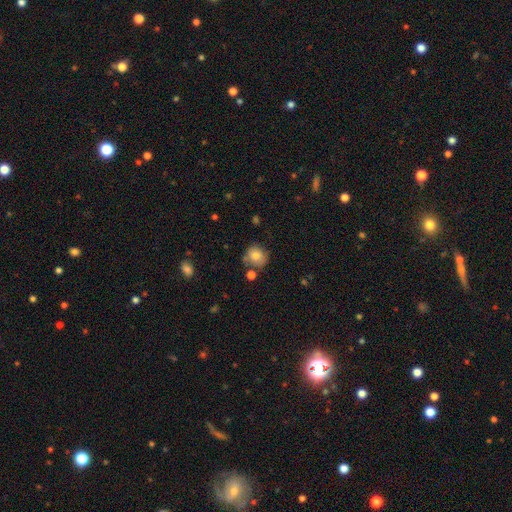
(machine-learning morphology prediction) smooth_or_featured: smooth (p=0.79) [alt: featured or disk p=0.12]
how_rounded: round (p=0.81) [alt: in between p=0.18]
merging: none (p=0.65) [alt: minor disturbance p=0.20]